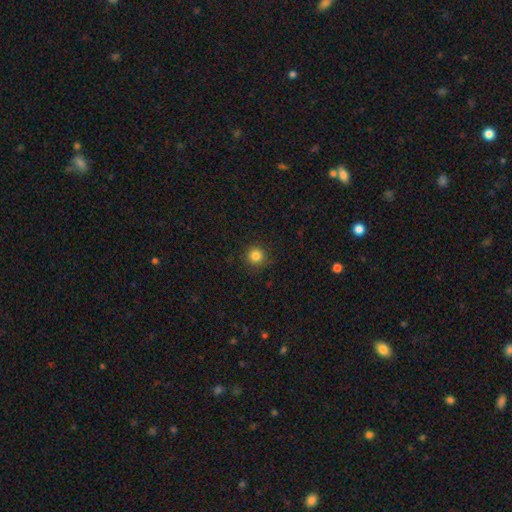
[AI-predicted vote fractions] smooth_or_featured: smooth (p=0.83) [alt: star or artifact p=0.12]
how_rounded: round (p=0.95) [alt: in between p=0.04]
merging: none (p=0.89) [alt: minor disturbance p=0.08]